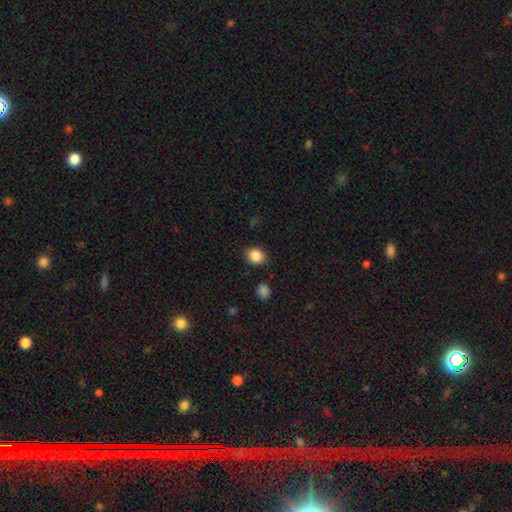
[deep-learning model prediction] A smooth galaxy with no disk features (86%) that is round (74%). Merging: none (86%).